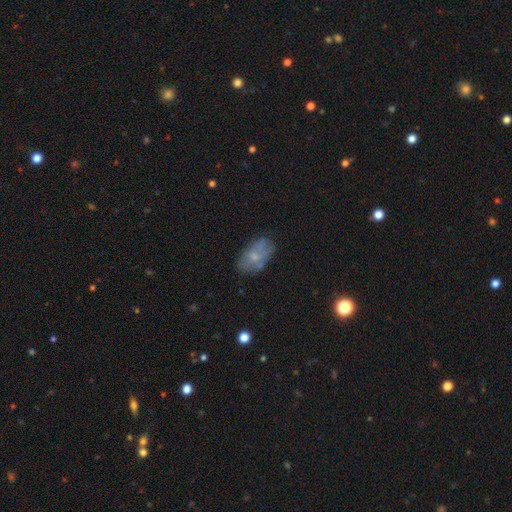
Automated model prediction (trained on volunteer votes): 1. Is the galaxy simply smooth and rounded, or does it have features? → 57% smooth, 35% featured or disk, 8% star or artifact.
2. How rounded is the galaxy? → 92% in between, 6% round, 2% cigar-shaped.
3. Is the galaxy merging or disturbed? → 63% none, 25% minor disturbance, 9% major disturbance, 3% merger.